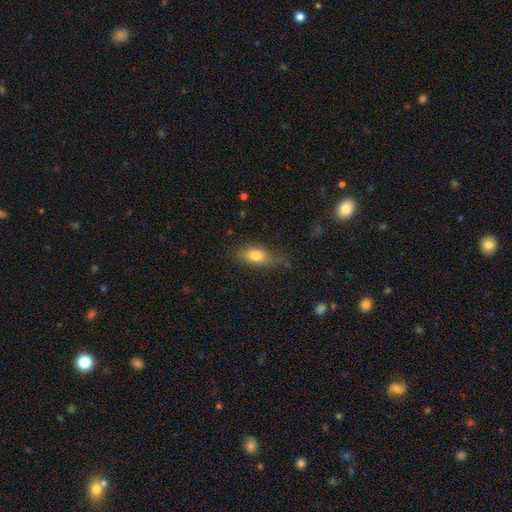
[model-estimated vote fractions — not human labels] Smooth or featured: smooth — 75% (featured or disk — 16%)
How rounded: in between — 80% (cigar-shaped — 12%)
Merging: none — 54% (minor disturbance — 31%)